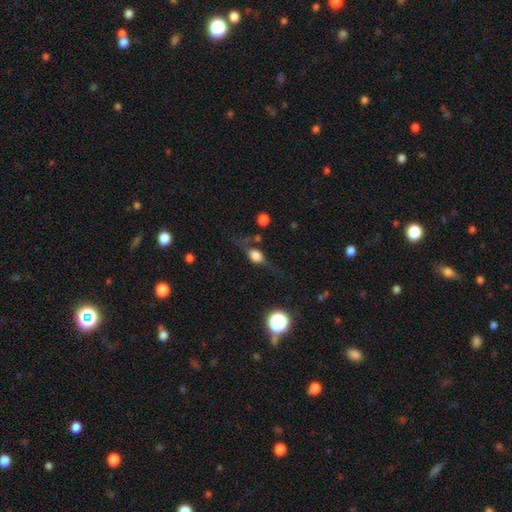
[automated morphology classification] Smooth or featured? Predicted: featured or disk (p=0.48). Merging? Predicted: none (p=0.59).